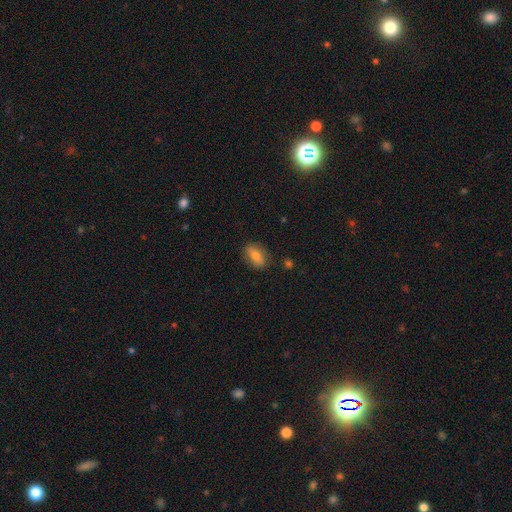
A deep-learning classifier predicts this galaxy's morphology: This appears to be a smooth galaxy with no disk features (74%) that is in between round and cigar-shaped (84%). Merging: none (83%).